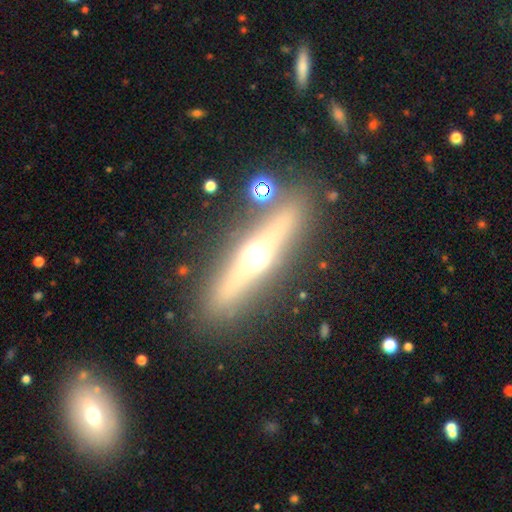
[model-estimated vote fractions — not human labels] A featured or disk galaxy (67%) viewed edge-on (92%) with a rounded central bulge (95%).

Vote fractions:
- Smooth or featured? featured or disk: 67% / smooth: 25% / star or artifact: 8%
- Edge-on disk? yes: 92% / no: 8%
- Edge-on bulge? rounded: 95% / boxy: 3% / none: 2%
- Merging? none: 85% / minor disturbance: 9% / merger: 4% / major disturbance: 3%